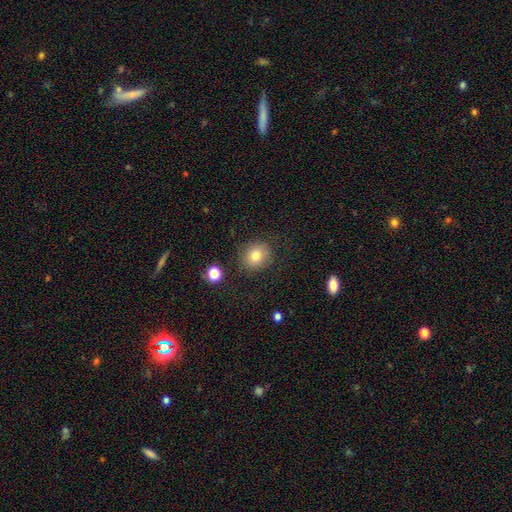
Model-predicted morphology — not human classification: smooth-or-featured: smooth: 80% | star or artifact: 11% | featured or disk: 9%
  how-rounded: round: 77% | in between: 22% | cigar-shaped: 1%
  merging: none: 84% | minor disturbance: 10% | major disturbance: 4% | merger: 2%